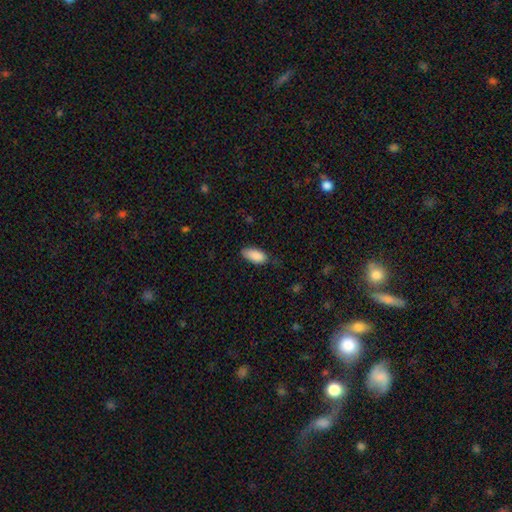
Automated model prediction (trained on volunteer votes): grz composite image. It shows a smooth galaxy with no disk features (88%) that is in between round and cigar-shaped (89%). Merging: none (67%).